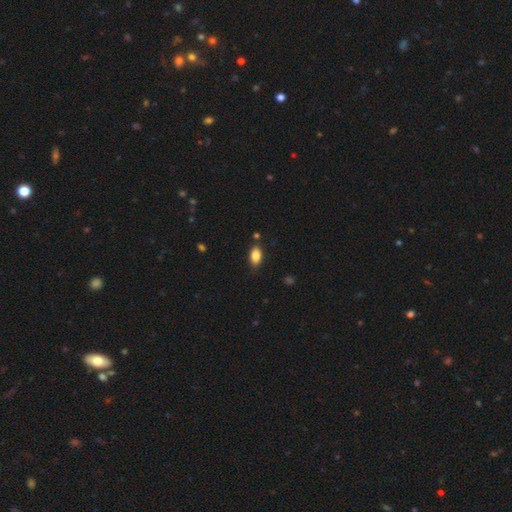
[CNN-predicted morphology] Smooth or featured? smooth (86%)
How rounded? in between (90%)
Merging? none (82%)